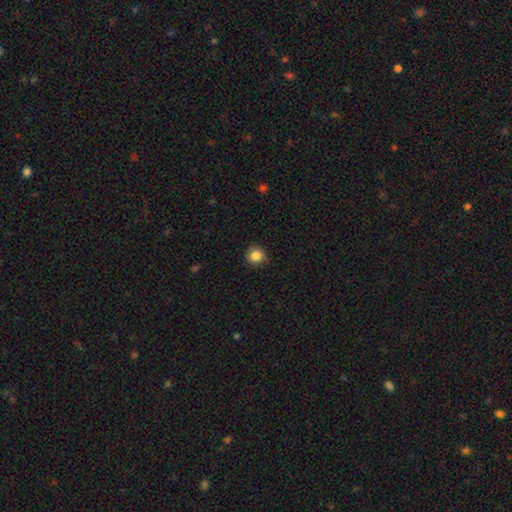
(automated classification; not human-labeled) smooth_or_featured: smooth (p=0.85) [alt: star or artifact p=0.11]
how_rounded: round (p=0.91) [alt: in between p=0.08]
merging: none (p=0.86) [alt: minor disturbance p=0.11]